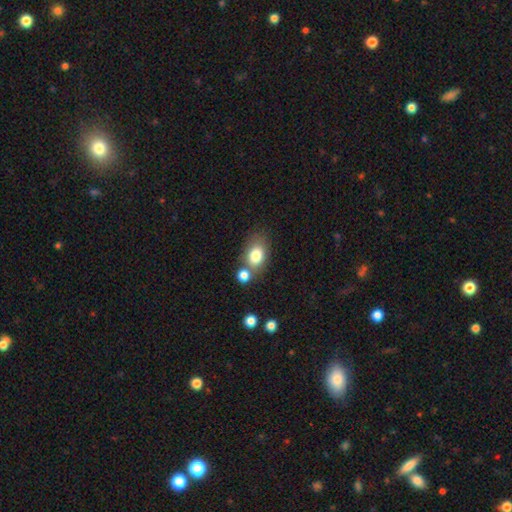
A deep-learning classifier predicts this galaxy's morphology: The model was most divided on "merging": none: 53%, merger: 28%, minor disturbance: 14%, major disturbance: 5%. More confident: smooth or featured — smooth (79%); how rounded — in between (74%).